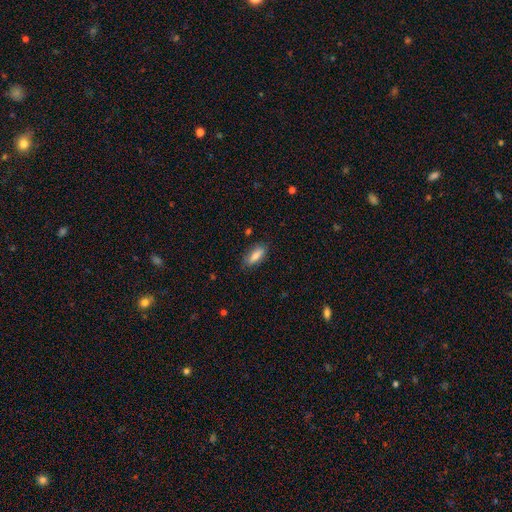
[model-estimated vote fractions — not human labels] This is likely a smooth galaxy (78%). How rounded: possibly in between (59%). Merging: clearly none (81%).